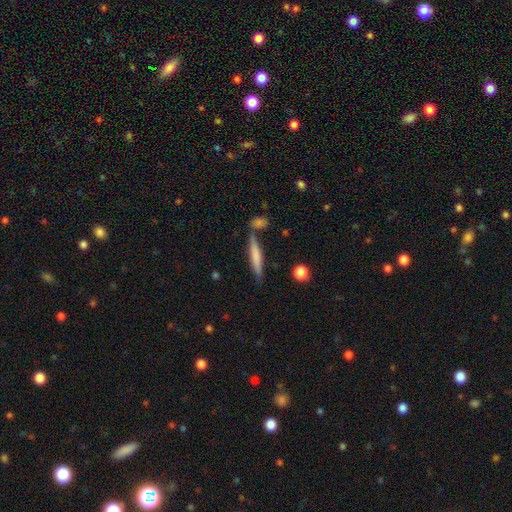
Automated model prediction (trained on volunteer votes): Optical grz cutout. It shows a smooth galaxy with no disk features (65%) that is cigar-shaped (90%). Merging: none (73%).